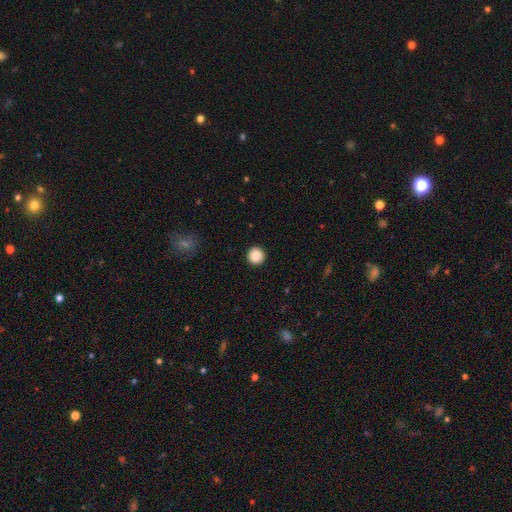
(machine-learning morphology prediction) Overall: smooth (87%). How rounded: round (96%). Merging: none (93%).